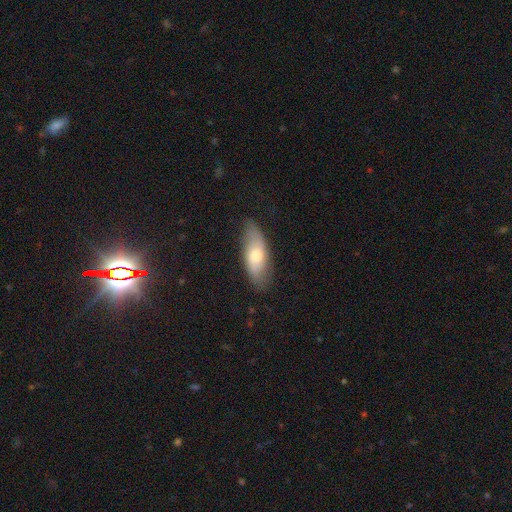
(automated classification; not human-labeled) This appears to be a smooth galaxy with no disk features (62%) that is in between round and cigar-shaped (73%). Merging: none (75%).